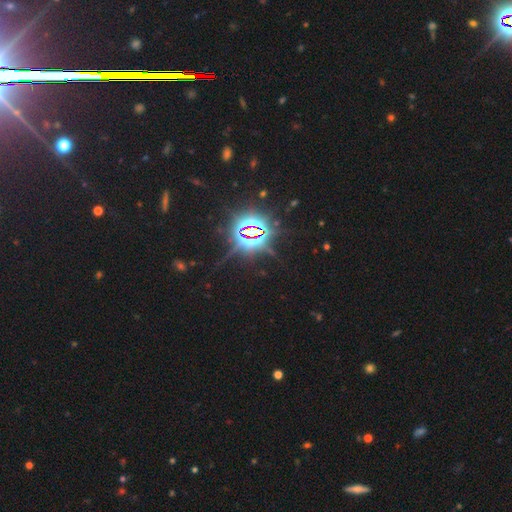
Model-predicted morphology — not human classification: This appears to be a star or artifact, not a galaxy (86%).